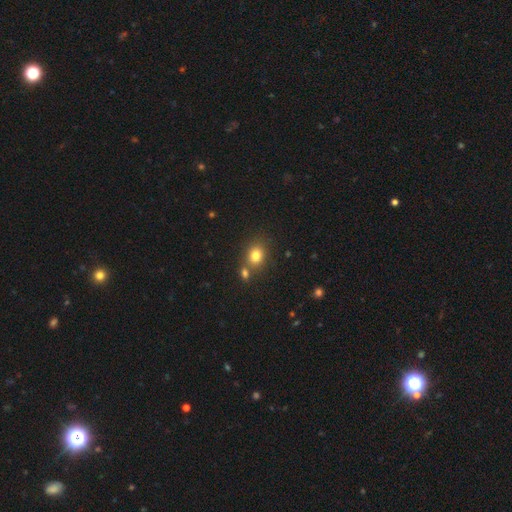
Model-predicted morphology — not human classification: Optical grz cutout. It shows a smooth galaxy with no disk features (79%) that is round (53%). Merging: none (62%).